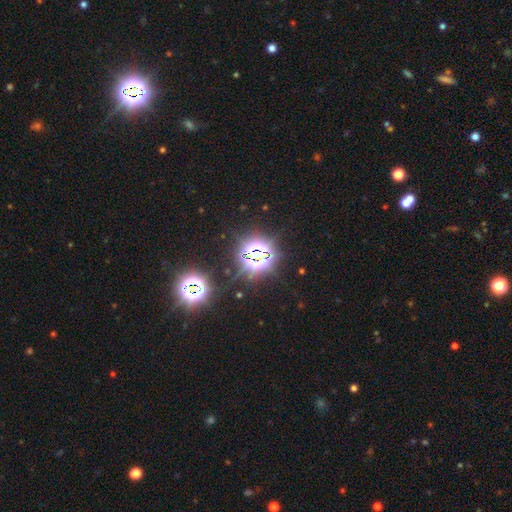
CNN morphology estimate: This appears to be a star or artifact, not a galaxy (83%).